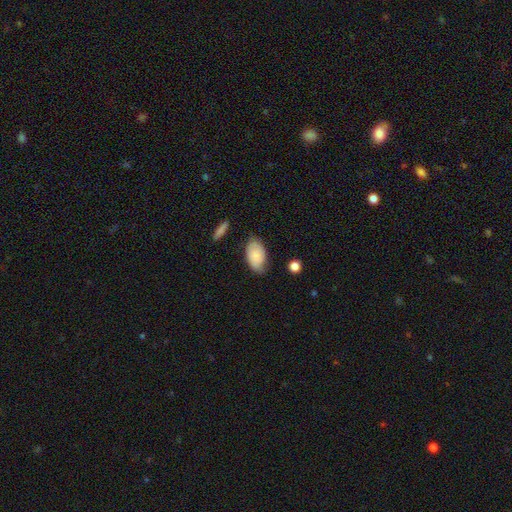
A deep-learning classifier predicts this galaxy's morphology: Smooth or featured? Predicted: smooth (p=0.80). How rounded? Predicted: in between (p=0.94). Merging? Predicted: none (p=0.68).